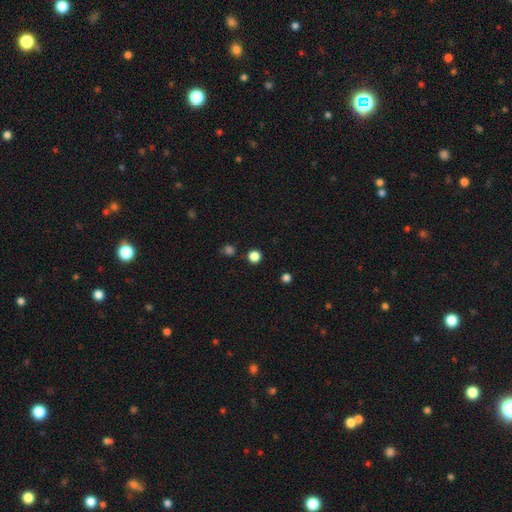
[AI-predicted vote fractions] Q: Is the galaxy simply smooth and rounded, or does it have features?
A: smooth — 82%.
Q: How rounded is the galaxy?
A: round — 94%.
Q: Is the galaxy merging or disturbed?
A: none — 89%.